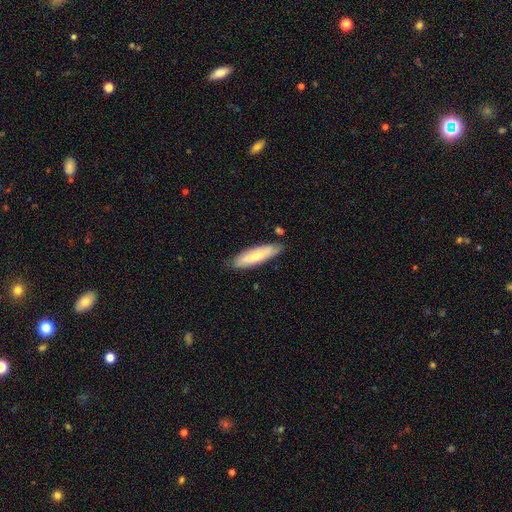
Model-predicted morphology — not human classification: Smooth or featured?
  - smooth: 64% *
  - featured or disk: 31%
  - star or artifact: 6%
How rounded?
  - cigar-shaped: 63% *
  - in between: 36%
  - round: 2%
Merging?
  - none: 79% *
  - minor disturbance: 16%
  - major disturbance: 3%
  - merger: 2%